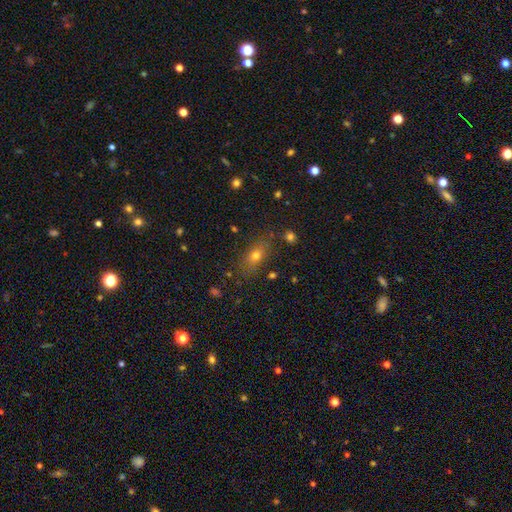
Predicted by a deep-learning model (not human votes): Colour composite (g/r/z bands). It shows a smooth galaxy with no disk features (62%) that is in between round and cigar-shaped (64%). Merging: none (81%).